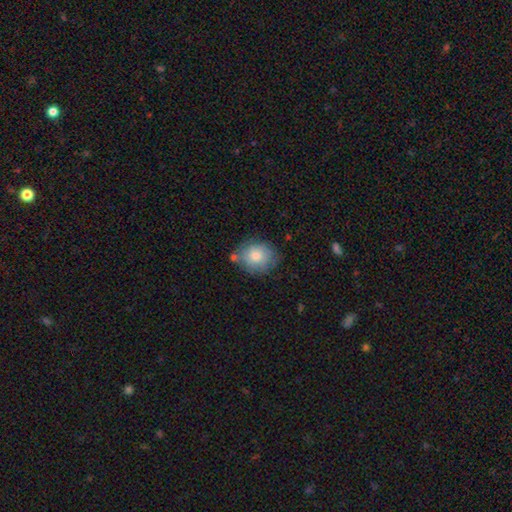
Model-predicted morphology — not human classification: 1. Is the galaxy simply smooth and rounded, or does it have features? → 77% smooth, 15% featured or disk, 8% star or artifact.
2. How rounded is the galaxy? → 69% round, 30% in between, 1% cigar-shaped.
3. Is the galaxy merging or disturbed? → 68% none, 19% minor disturbance, 8% merger, 5% major disturbance.